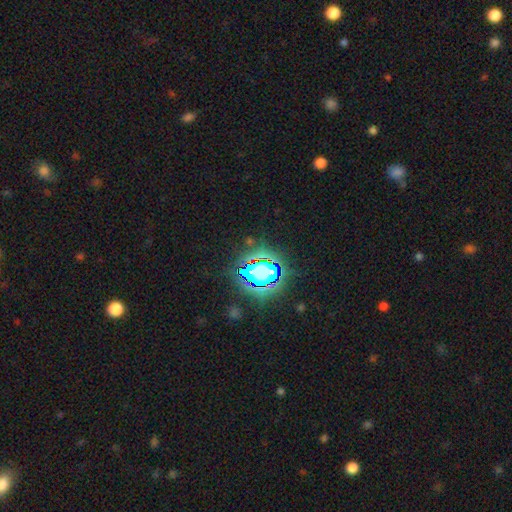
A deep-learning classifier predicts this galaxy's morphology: Smooth or featured? star or artifact (80%)